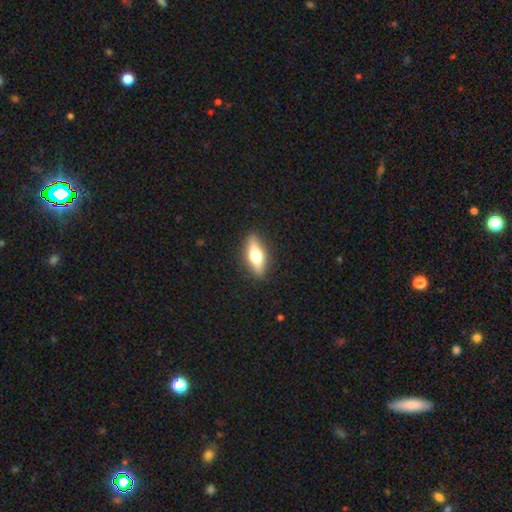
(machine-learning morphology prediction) A featured or disk galaxy (47%). Merging: none (89%).